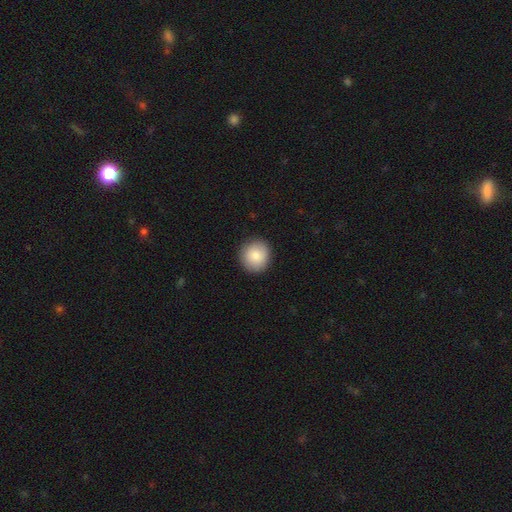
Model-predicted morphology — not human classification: Smooth or featured? smooth (84%)
How rounded? round (90%)
Merging? none (90%)